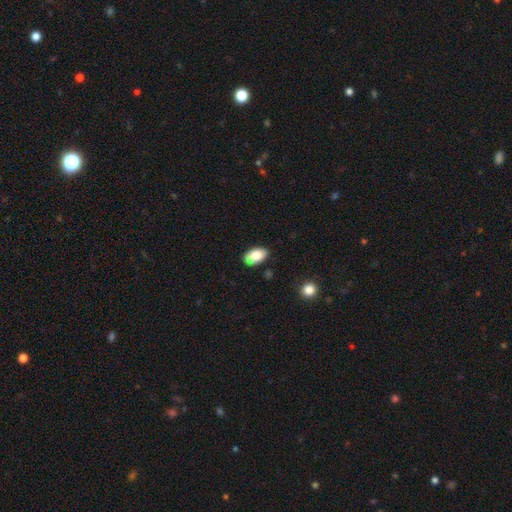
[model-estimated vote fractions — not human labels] A smooth galaxy with no disk features (84%) that is in between round and cigar-shaped (95%). Merging: none (84%).